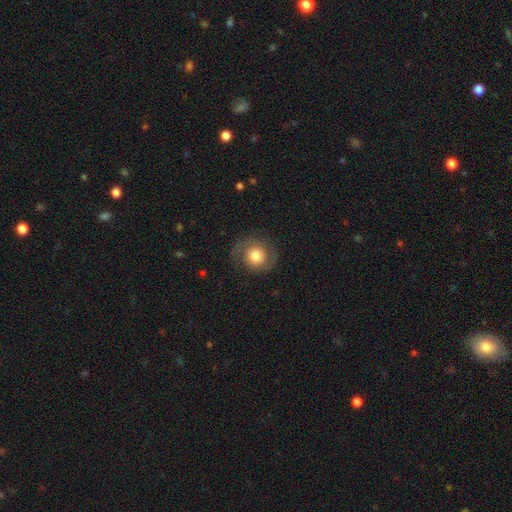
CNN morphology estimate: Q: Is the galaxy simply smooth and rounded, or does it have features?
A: featured or disk — 55%.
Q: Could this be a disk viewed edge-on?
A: no — 98%.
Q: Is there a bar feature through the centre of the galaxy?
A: no — 78%.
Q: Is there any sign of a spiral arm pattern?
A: yes — 85%.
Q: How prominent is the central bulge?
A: moderate — 55%.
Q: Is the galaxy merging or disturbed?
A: none — 81%.